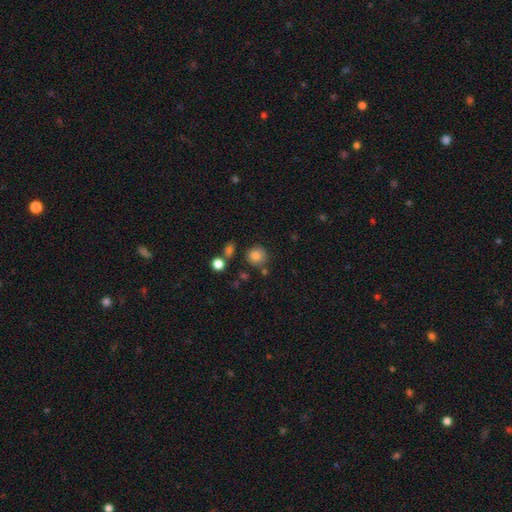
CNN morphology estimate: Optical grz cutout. It shows a smooth galaxy with no disk features (82%) that is round (87%). Merging: none (76%).